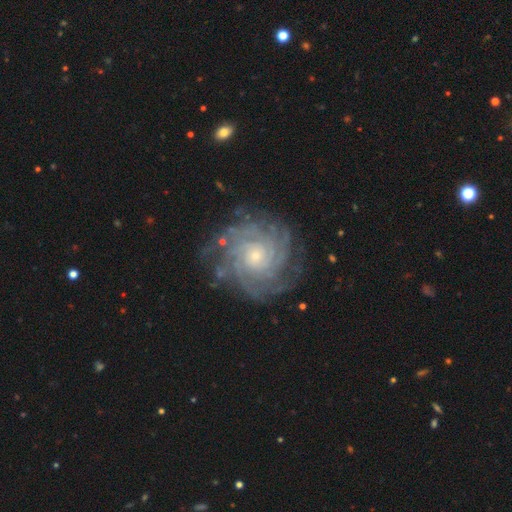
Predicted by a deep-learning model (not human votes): This appears to be a featured or disk galaxy (89%) with no bar (77%), more than 4 (28%) tight (79%) spiral arms (98%) and a small central bulge (73%). Merging: none (80%).